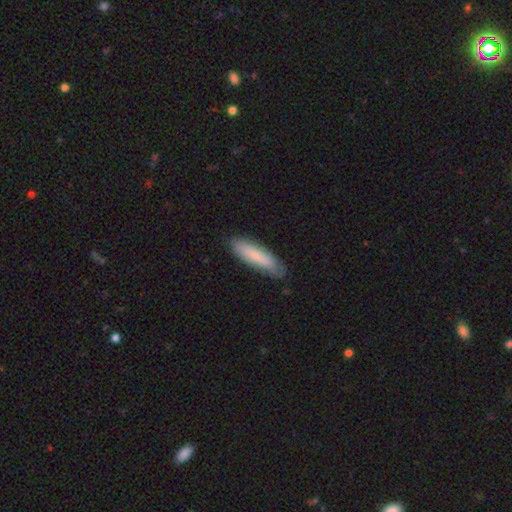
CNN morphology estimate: Smooth or featured?
  - smooth: 73% *
  - featured or disk: 22%
  - star or artifact: 6%
How rounded?
  - cigar-shaped: 65% *
  - in between: 34%
  - round: 2%
Merging?
  - none: 83% *
  - minor disturbance: 13%
  - major disturbance: 2%
  - merger: 1%